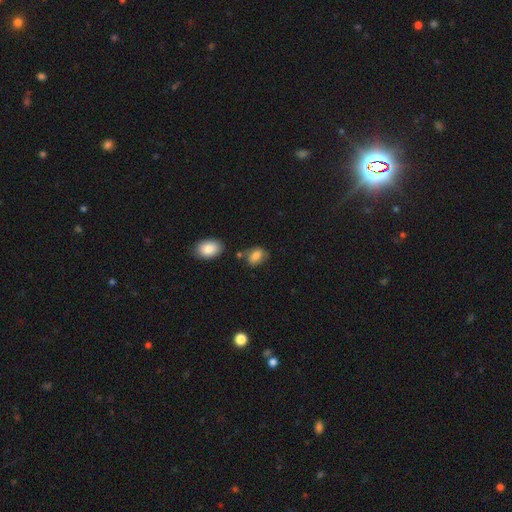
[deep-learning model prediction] Q: Smooth or featured?
A: smooth (81%); runner-up: featured or disk (10%)
Q: How rounded?
A: in between (80%); runner-up: round (19%)
Q: Merging?
A: none (59%); runner-up: minor disturbance (25%)